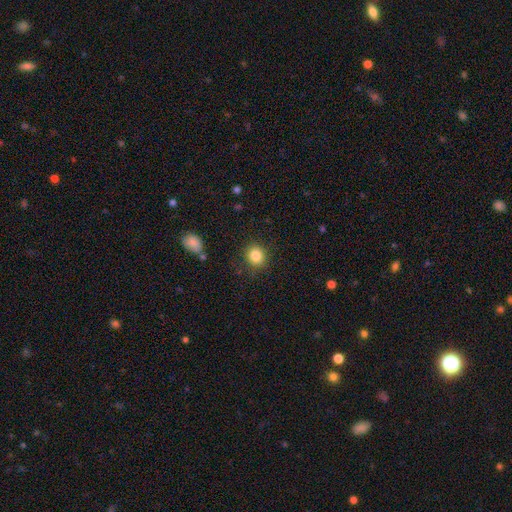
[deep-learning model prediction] This is clearly a smooth galaxy (85%). How rounded: likely round (80%). Merging: clearly none (86%).